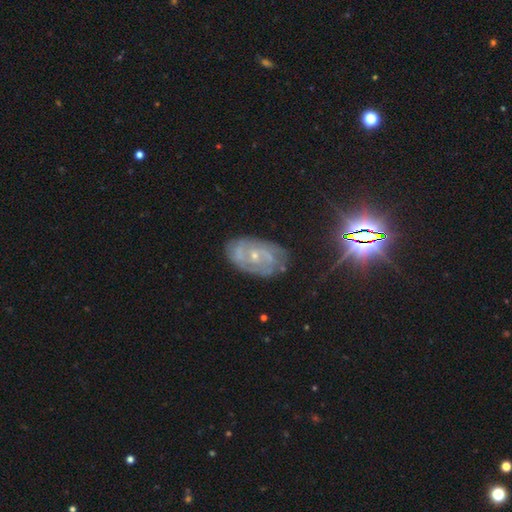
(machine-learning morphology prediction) This appears to be a featured or disk galaxy (76%) with no bar (62%), 2 (38%, tied with can't tell) tight (55%) spiral arms (85%) and a small central bulge (73%). Merging: none (73%).